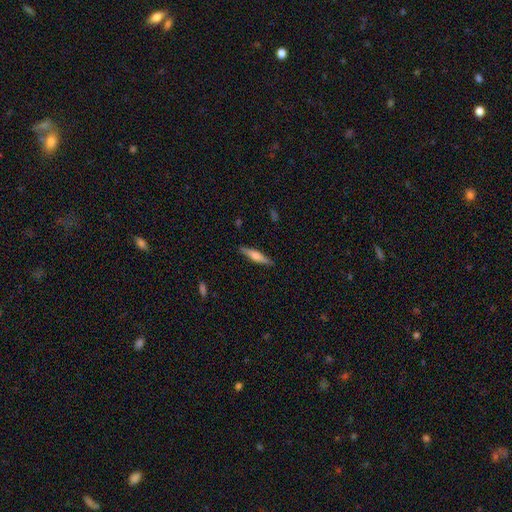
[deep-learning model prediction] A smooth galaxy with no disk features (50%) that is cigar-shaped (86%). Merging: none (89%).